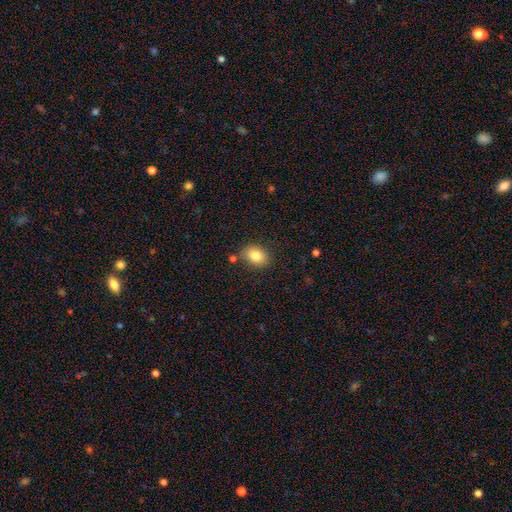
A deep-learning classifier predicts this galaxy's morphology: type=smooth (83%); roundness=in between (70%); merging=none (81%).